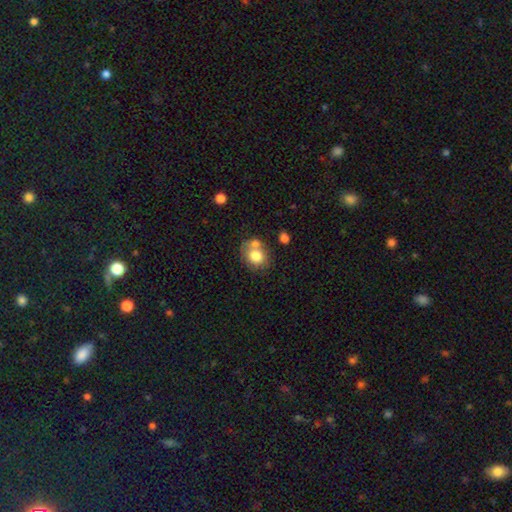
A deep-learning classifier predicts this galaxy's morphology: A smooth galaxy with no disk features (76%) that is round (64%).

Vote fractions:
- Smooth or featured? smooth: 76% / featured or disk: 16% / star or artifact: 9%
- How rounded? round: 64% / in between: 36% / cigar-shaped: 1%
- Merging? none: 49% / merger: 29% / minor disturbance: 16% / major disturbance: 6%